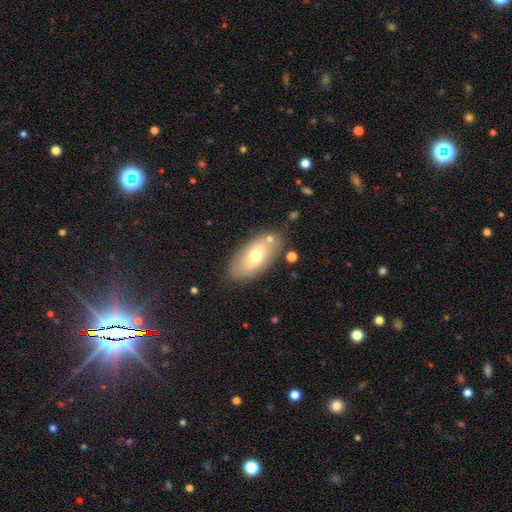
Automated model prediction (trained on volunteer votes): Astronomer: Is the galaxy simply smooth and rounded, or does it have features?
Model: smooth — 61%.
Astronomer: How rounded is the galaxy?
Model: in between — 90%.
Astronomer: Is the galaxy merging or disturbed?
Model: none — 79%.